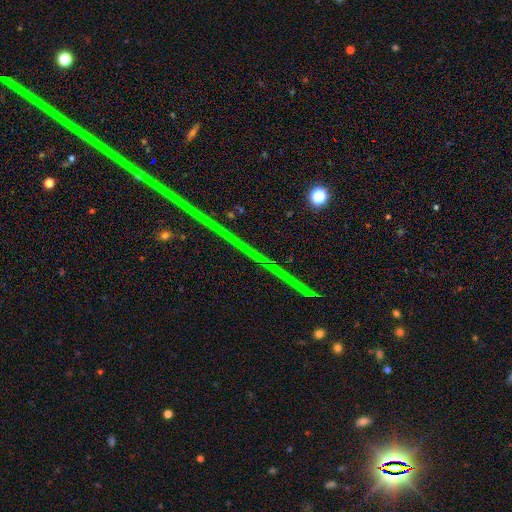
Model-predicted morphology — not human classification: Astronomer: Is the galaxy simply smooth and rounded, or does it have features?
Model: star or artifact — 88%.